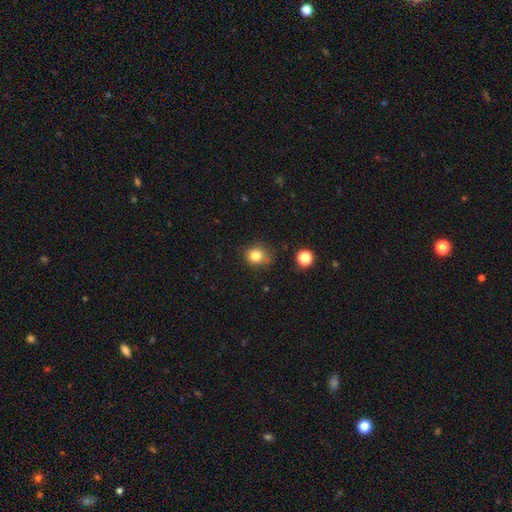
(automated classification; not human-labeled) smooth-or-featured: smooth: 81% | star or artifact: 12% | featured or disk: 6%
  how-rounded: round: 74% | in between: 25% | cigar-shaped: 1%
  merging: none: 76% | minor disturbance: 18% | major disturbance: 4% | merger: 2%